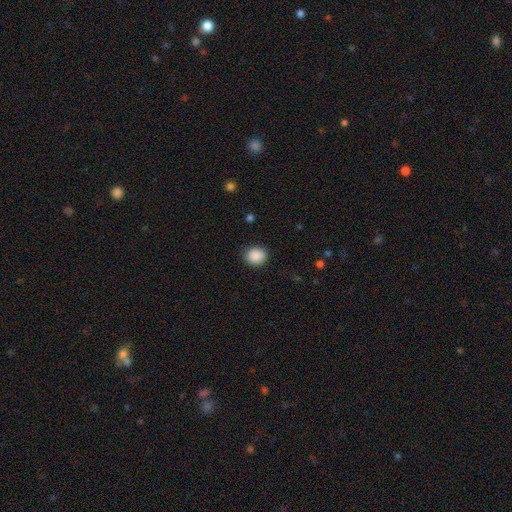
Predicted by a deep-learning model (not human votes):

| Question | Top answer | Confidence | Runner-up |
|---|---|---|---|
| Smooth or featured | smooth | 89% | star or artifact (8%) |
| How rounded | round | 67% | in between (32%) |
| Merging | none | 88% | minor disturbance (8%) |